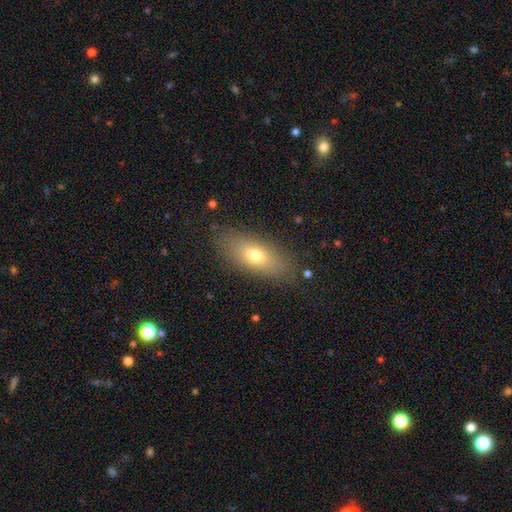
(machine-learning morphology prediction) A smooth galaxy with no disk features (70%) that is in between round and cigar-shaped (72%). Merging: none (84%).